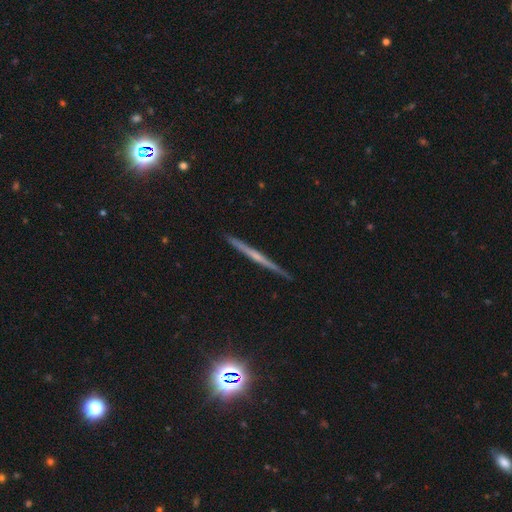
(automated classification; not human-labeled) smooth-or-featured: featured or disk: 67% | smooth: 24% | star or artifact: 9%
  disk-edge-on: yes: 98% | no: 2%
    edge-on-bulge: none: 61% | rounded: 32% | boxy: 7%
  merging: none: 90% | minor disturbance: 7% | major disturbance: 1% | merger: 1%